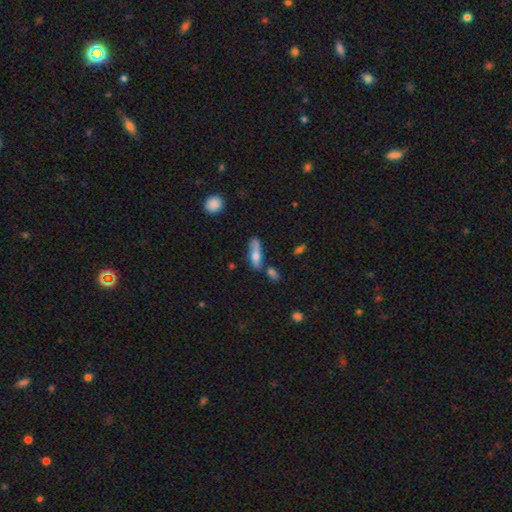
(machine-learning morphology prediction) Smooth or featured? smooth (59%)
How rounded? in between (51%)
Merging? none (53%)